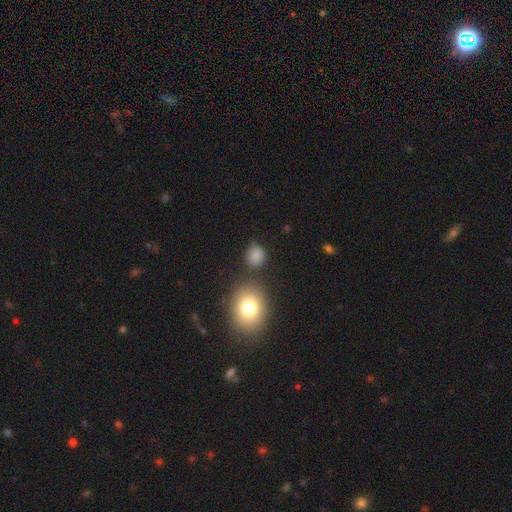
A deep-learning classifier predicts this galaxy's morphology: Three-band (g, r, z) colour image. It shows a smooth galaxy with no disk features (82%) that is round (76%). Merging: none (74%).